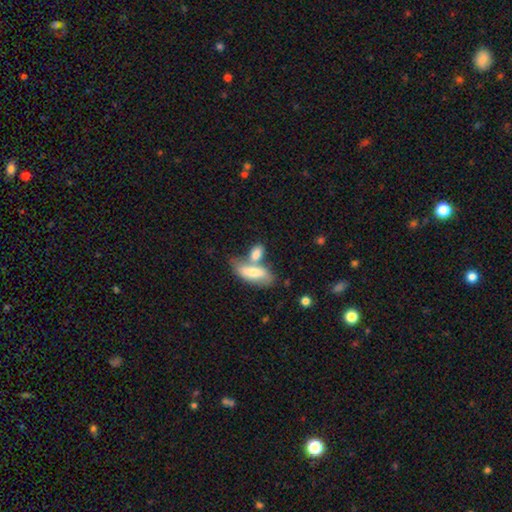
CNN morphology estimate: smooth 67%, featured or disk 25%, star or artifact 7%. Down the decision tree: how rounded — in between (69%); merging — none (42%).